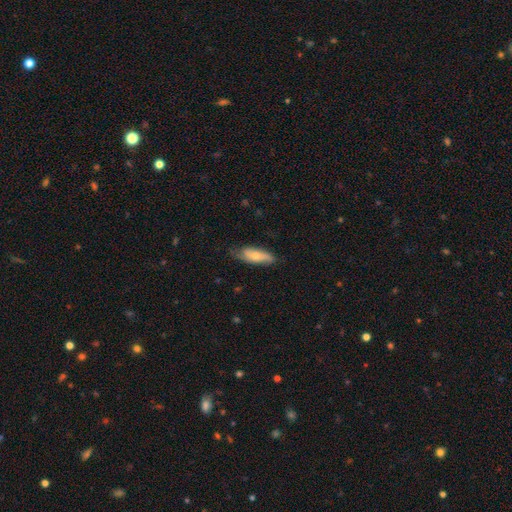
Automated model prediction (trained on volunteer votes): smooth-or-featured: smooth: 61% | featured or disk: 33% | star or artifact: 6%
  how-rounded: in between: 69% | cigar-shaped: 29% | round: 2%
  merging: none: 64% | minor disturbance: 28% | major disturbance: 6% | merger: 1%